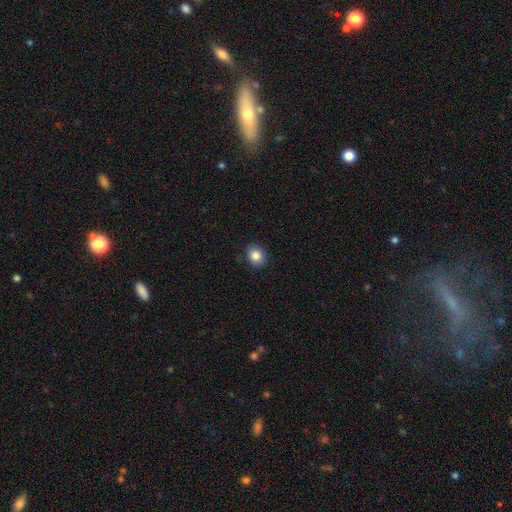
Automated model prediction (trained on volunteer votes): smooth-or-featured: smooth: 85% | star or artifact: 9% | featured or disk: 6%
  how-rounded: round: 63% | in between: 36% | cigar-shaped: 1%
  merging: none: 88% | minor disturbance: 9% | major disturbance: 2% | merger: 1%